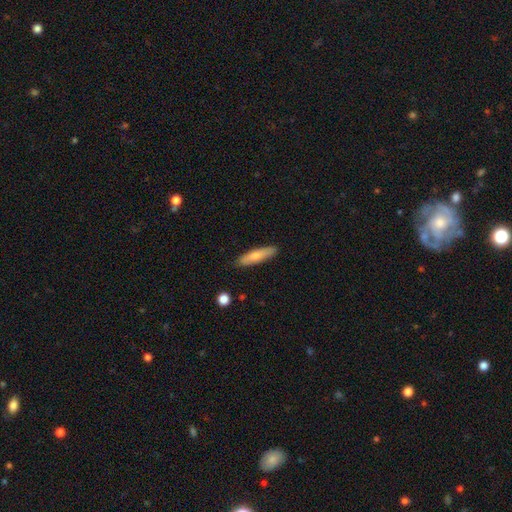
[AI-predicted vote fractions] Smooth or featured?
  - smooth: 73% *
  - featured or disk: 21%
  - star or artifact: 6%
How rounded?
  - cigar-shaped: 75% *
  - in between: 23%
  - round: 2%
Merging?
  - none: 88% *
  - minor disturbance: 9%
  - major disturbance: 2%
  - merger: 1%